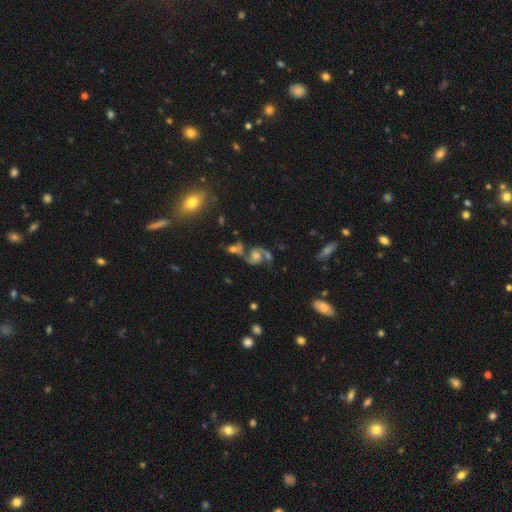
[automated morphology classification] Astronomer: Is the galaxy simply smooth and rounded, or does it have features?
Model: featured or disk — 86%.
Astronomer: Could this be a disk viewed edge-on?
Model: no — 97%.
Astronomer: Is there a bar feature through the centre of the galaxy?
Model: no — 65%.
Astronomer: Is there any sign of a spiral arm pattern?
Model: yes — 96%.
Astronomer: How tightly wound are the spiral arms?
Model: medium — 50% (runner-up: loose, 38%).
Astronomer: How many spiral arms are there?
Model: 2 — 93%.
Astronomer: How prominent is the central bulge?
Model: moderate — 51%.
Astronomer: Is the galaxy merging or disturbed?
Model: none — 52%.